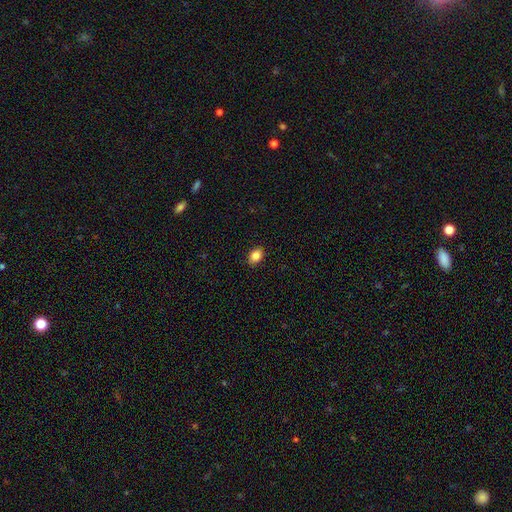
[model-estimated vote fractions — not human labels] smooth-or-featured: smooth: 85% | star or artifact: 9% | featured or disk: 6%
  how-rounded: in between: 75% | round: 24% | cigar-shaped: 1%
  merging: none: 89% | minor disturbance: 8% | major disturbance: 2% | merger: 1%